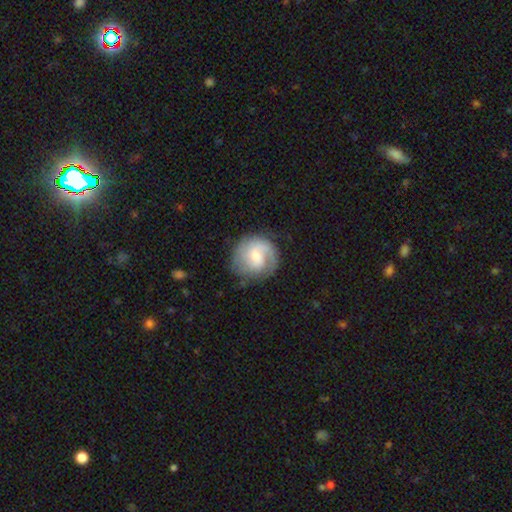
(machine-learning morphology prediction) Smooth or featured?
  - featured or disk: 75% *
  - smooth: 19%
  - star or artifact: 6%
Edge-on disk?
  - no: 98% *
  - yes: 2%
Bar?
  - no: 51% *
  - weak: 43%
  - strong: 6%
Spiral arms?
  - yes: 95% *
  - no: 5%
Spiral winding?
  - tight: 49% *
  - medium: 37%
  - loose: 14%
Spiral arm count?
  - 2: 41% *
  - can't tell: 23%
  - 3: 18%
  - 1: 10%
  - 4: 5%
  - more than 4: 4%
Bulge size?
  - small: 51% *
  - moderate: 41%
  - large: 5%
  - none: 3%
  - dominant: 1%
Merging?
  - none: 78% *
  - minor disturbance: 14%
  - major disturbance: 6%
  - merger: 1%